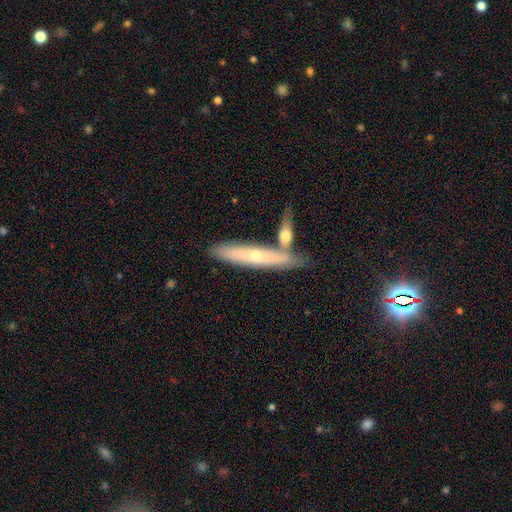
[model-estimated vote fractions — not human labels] smooth_or_featured: smooth (p=0.49) [alt: featured or disk p=0.44]
merging: none (p=0.63) [alt: merger p=0.21]